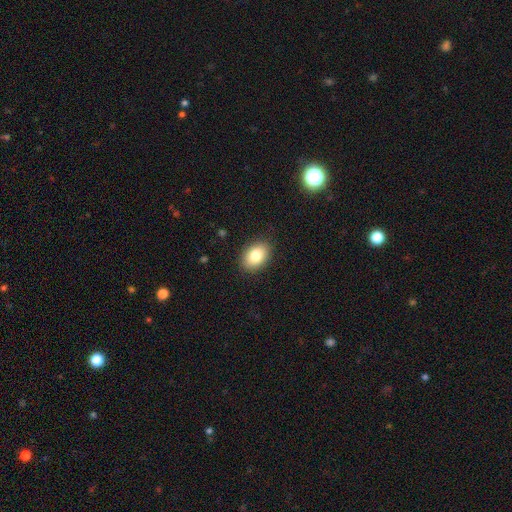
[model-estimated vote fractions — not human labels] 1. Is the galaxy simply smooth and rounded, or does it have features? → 82% smooth, 10% featured or disk, 8% star or artifact.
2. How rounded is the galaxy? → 82% in between, 17% round, 1% cigar-shaped.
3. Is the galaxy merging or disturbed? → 88% none, 9% minor disturbance, 2% major disturbance, 1% merger.